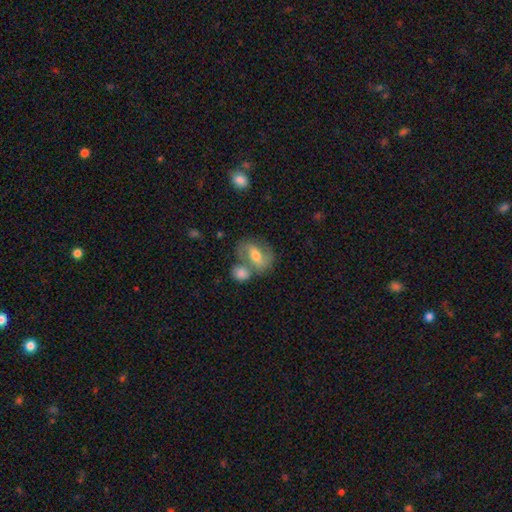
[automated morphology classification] This is possibly a featured or disk galaxy (48%). Merging: possibly none (48%).